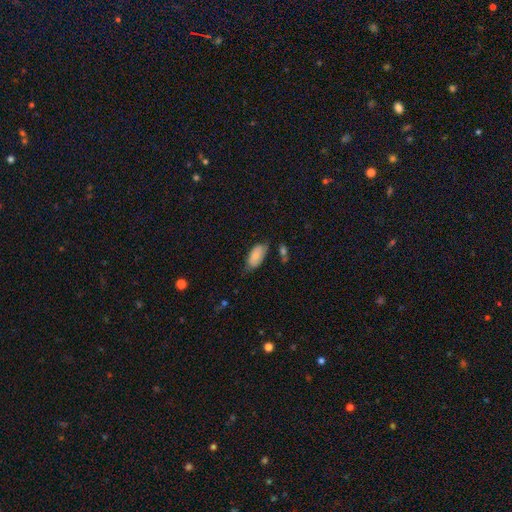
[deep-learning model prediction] This appears to be a smooth galaxy with no disk features (76%) that is in between round and cigar-shaped (93%). Merging: none (55%).